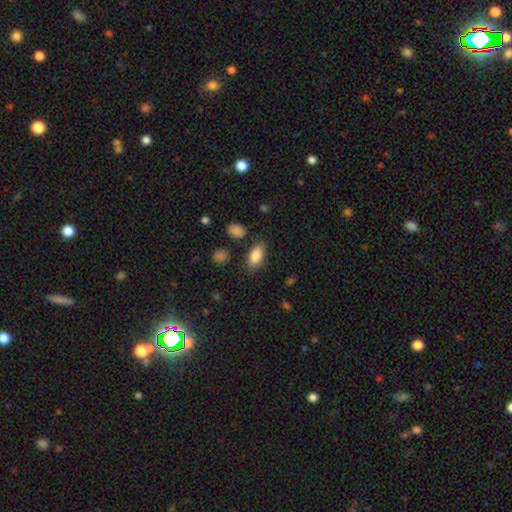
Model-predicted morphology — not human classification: This appears to be a smooth galaxy with no disk features (86%) that is in between round and cigar-shaped (91%). Merging: none (80%).